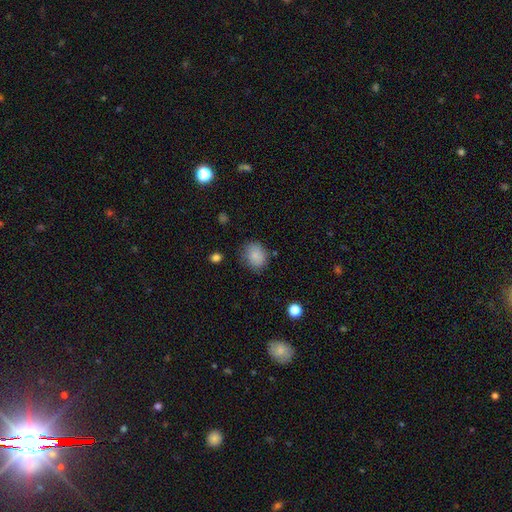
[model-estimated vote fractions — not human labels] The model was most divided on "how rounded": round: 59%, in between: 40%, cigar-shaped: 1%. More confident: smooth or featured — smooth (85%); merging — none (74%).